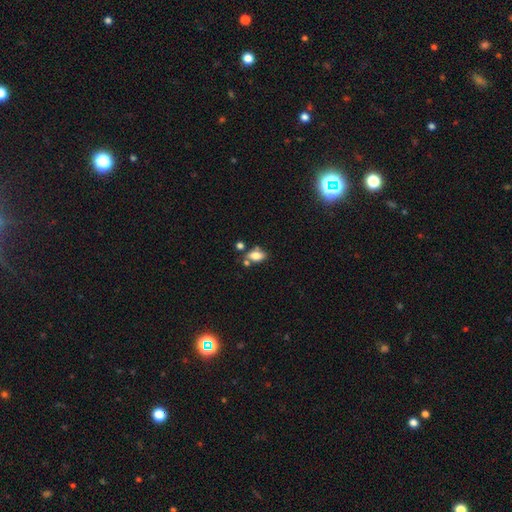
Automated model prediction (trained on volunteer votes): A smooth galaxy with no disk features (76%) that is in between round and cigar-shaped (86%).

Vote fractions:
- Smooth or featured? smooth: 76% / featured or disk: 14% / star or artifact: 10%
- How rounded? in between: 86% / round: 8% / cigar-shaped: 5%
- Merging? none: 56% / merger: 20% / minor disturbance: 17% / major disturbance: 6%